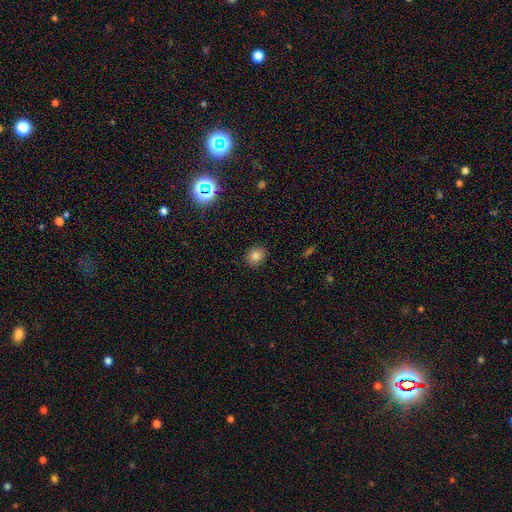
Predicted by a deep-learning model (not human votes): Morphology: type=smooth (81%); roundness=round (63%); merging=none (89%).